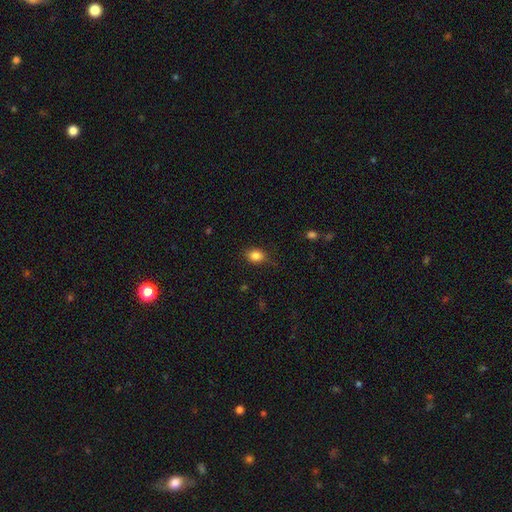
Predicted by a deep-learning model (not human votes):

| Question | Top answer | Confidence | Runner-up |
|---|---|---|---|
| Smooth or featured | smooth | 84% | star or artifact (10%) |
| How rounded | in between | 56% | round (43%) |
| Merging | none | 79% | minor disturbance (16%) |